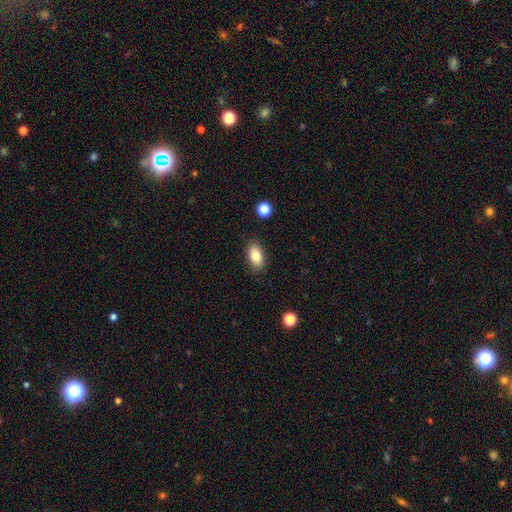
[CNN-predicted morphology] Smooth or featured: smooth — 82% (featured or disk — 10%)
How rounded: in between — 90% (round — 5%)
Merging: none — 87% (minor disturbance — 10%)